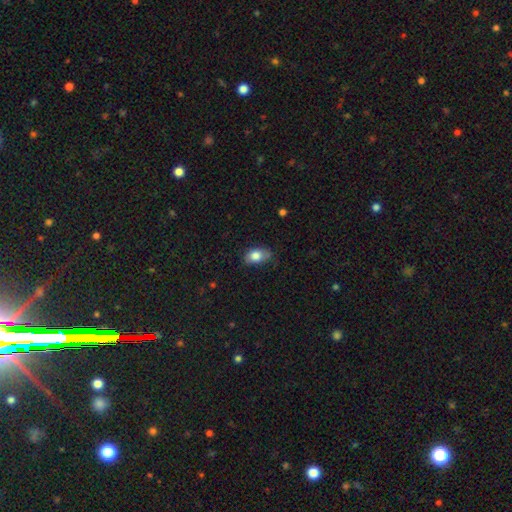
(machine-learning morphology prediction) smooth 82%, featured or disk 10%, star or artifact 8%. Down the decision tree: how rounded — in between (86%); merging — none (69%).